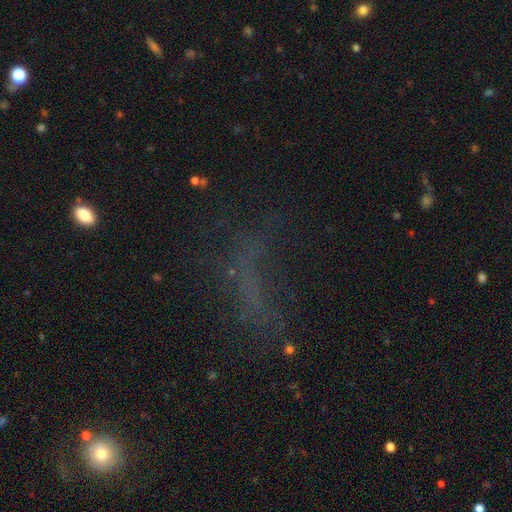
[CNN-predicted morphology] Smooth or featured? star or artifact (40%)